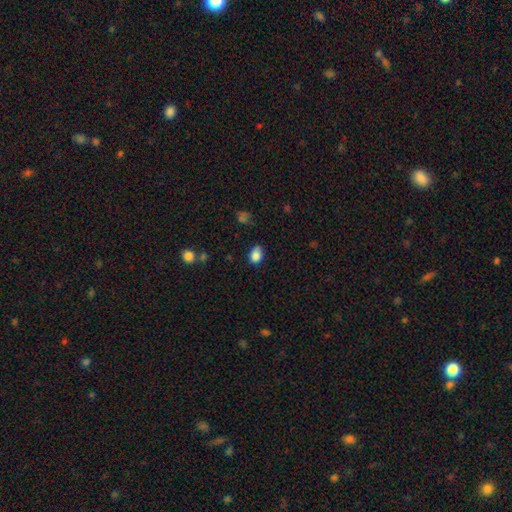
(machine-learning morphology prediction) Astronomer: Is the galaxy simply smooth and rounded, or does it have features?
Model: smooth — 84%.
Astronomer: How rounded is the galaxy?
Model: in between — 65%.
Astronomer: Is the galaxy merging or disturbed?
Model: none — 58%.